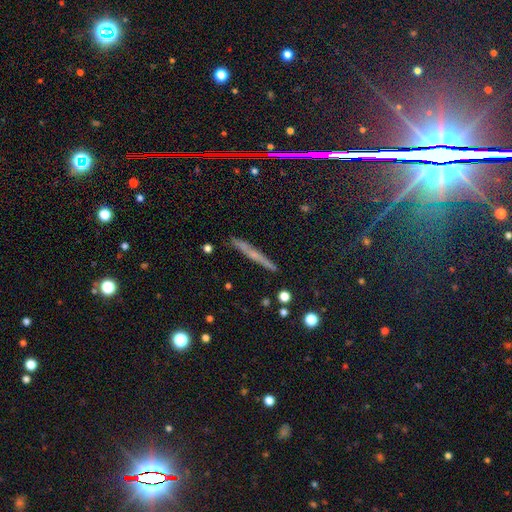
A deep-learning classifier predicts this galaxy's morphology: Smooth or featured: featured or disk — 47% (smooth — 38%)
Merging: none — 84% (minor disturbance — 11%)